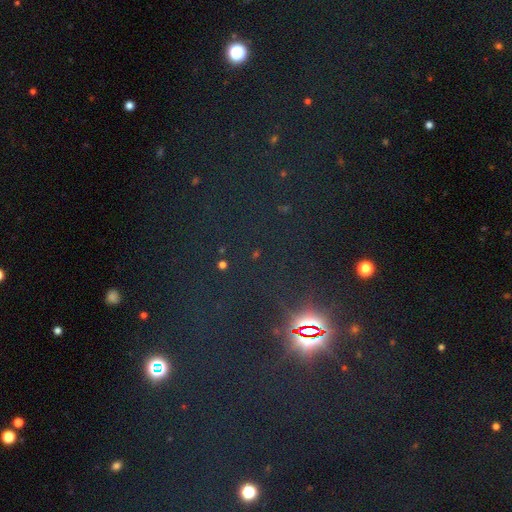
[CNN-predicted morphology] star or artifact 72%, smooth 19%, featured or disk 9%.